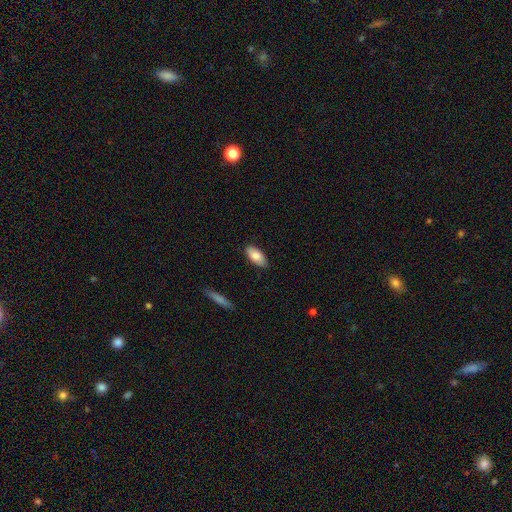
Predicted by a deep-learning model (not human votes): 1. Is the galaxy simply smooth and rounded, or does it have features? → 83% smooth, 11% featured or disk, 6% star or artifact.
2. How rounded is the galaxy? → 91% in between, 7% cigar-shaped, 2% round.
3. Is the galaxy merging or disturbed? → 87% none, 10% minor disturbance, 2% major disturbance, 1% merger.